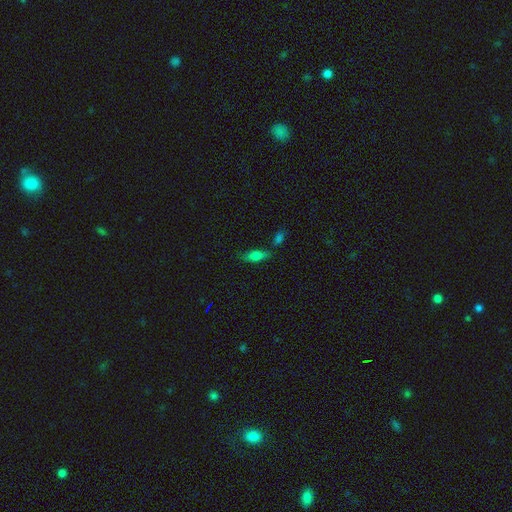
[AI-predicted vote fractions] A smooth galaxy with no disk features (69%) that is in between round and cigar-shaped (65%). Merging: none (67%).